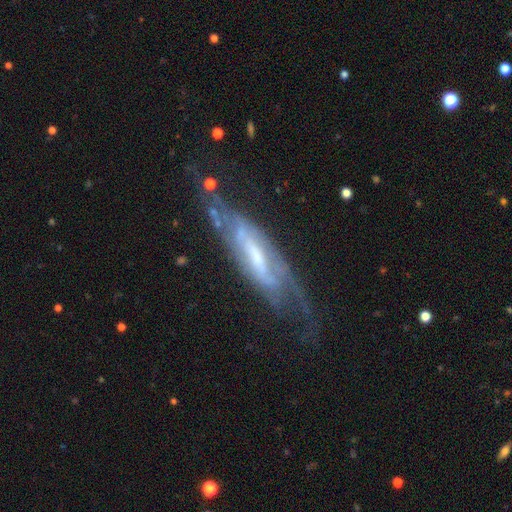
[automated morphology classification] This is clearly a featured or disk galaxy (82%). It is likely not viewed edge-on (71%). Bar: marginally weak (41%). Spiral arm pattern: clearly yes (87%). Spiral arm count: possibly 2 (55%). Spiral winding: marginally medium (43%). Central bulge: marginally small (42%). Merging: possibly none (59%).